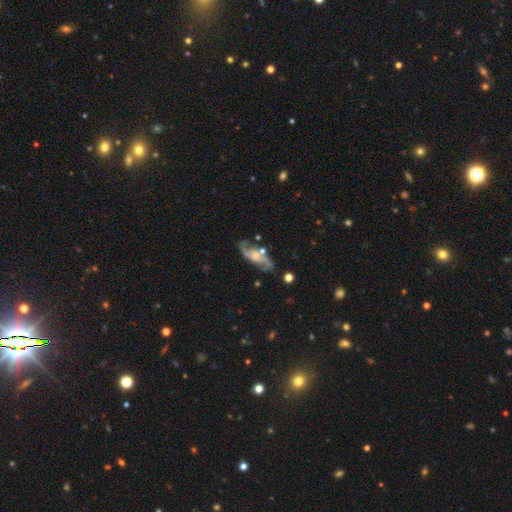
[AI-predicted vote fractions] Smooth or featured: featured or disk — 77% (smooth — 17%)
Edge-on disk: no — 90% (yes — 10%)
Bar: no — 55% (weak — 36%)
Spiral arms: yes — 92% (no — 8%)
Spiral winding: loose — 44% (medium — 41%)
Spiral arm count: 2 — 83% (can't tell — 9%)
Bulge size: small — 52% (moderate — 35%)
Merging: none — 65% (minor disturbance — 19%)